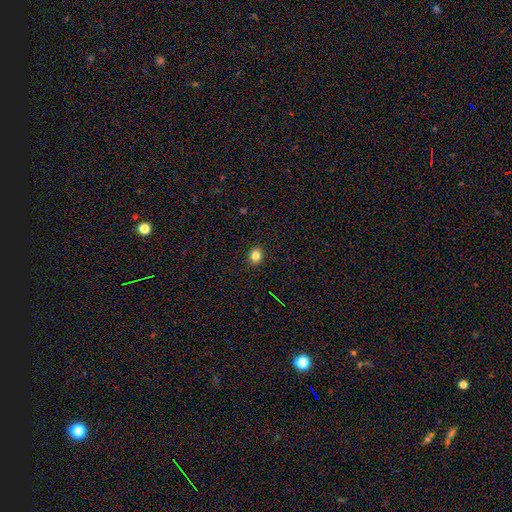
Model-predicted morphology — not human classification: A smooth galaxy with no disk features (83%) that is round (64%).

Vote fractions:
- Smooth or featured? smooth: 83% / star or artifact: 12% / featured or disk: 5%
- How rounded? round: 64% / in between: 35% / cigar-shaped: 1%
- Merging? none: 91% / minor disturbance: 6% / major disturbance: 2% / merger: 1%